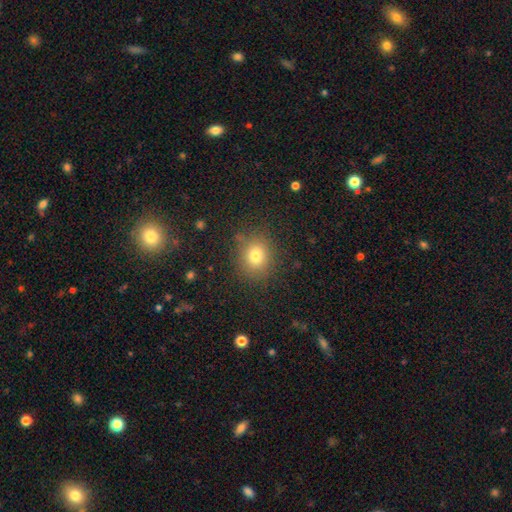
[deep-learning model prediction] This appears to be a smooth galaxy with no disk features (77%) that is round (77%). Merging: none (84%).